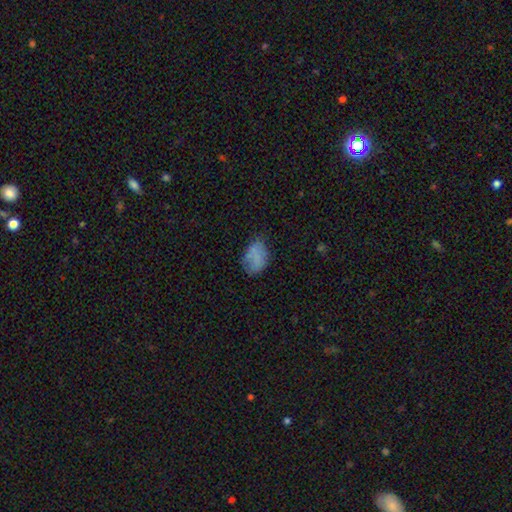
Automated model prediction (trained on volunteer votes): A smooth galaxy with no disk features (73%) that is in between round and cigar-shaped (84%). Merging: none (52%).